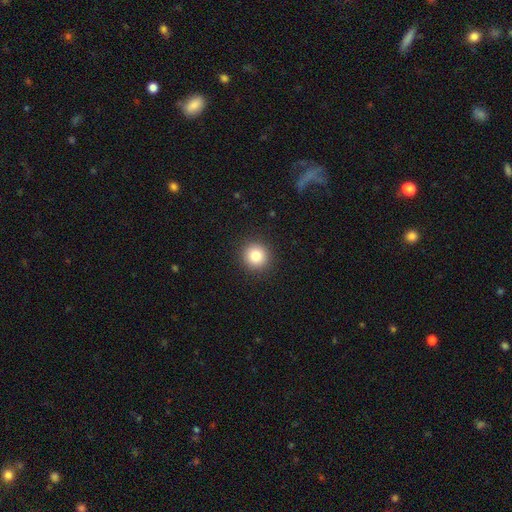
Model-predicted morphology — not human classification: Overall: smooth (83%). How rounded: round (94%). Merging: none (92%).